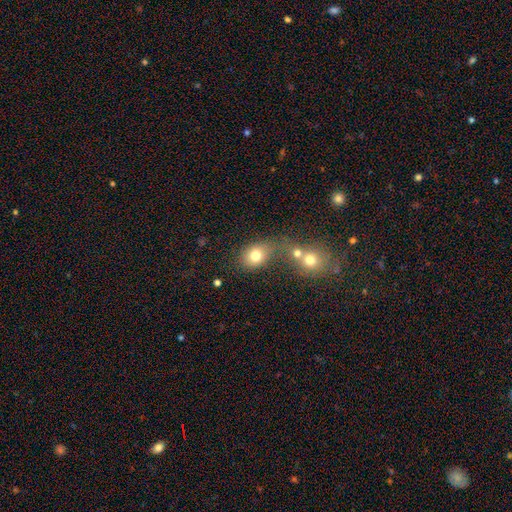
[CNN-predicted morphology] This is likely a smooth galaxy (77%). How rounded: possibly round (54%). Merging: marginally none (41%, tied with merger).